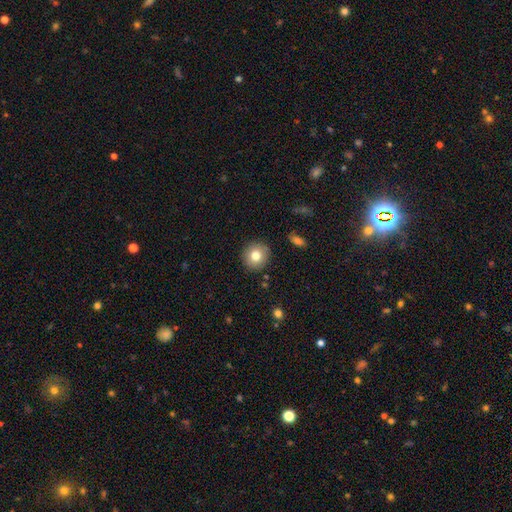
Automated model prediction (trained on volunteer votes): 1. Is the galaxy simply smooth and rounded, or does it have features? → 79% smooth, 11% featured or disk, 9% star or artifact.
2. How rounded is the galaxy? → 90% round, 9% in between, 1% cigar-shaped.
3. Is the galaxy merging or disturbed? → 90% none, 7% minor disturbance, 2% major disturbance, 1% merger.